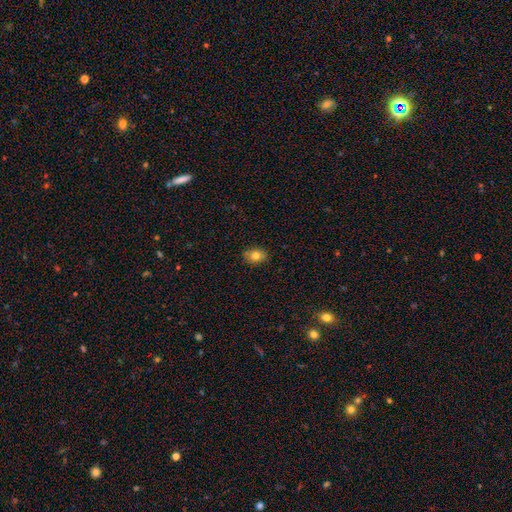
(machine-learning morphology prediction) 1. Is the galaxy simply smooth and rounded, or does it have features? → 79% smooth, 11% featured or disk, 10% star or artifact.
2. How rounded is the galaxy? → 66% in between, 32% round, 1% cigar-shaped.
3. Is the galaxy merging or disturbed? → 85% none, 12% minor disturbance, 2% major disturbance, 1% merger.